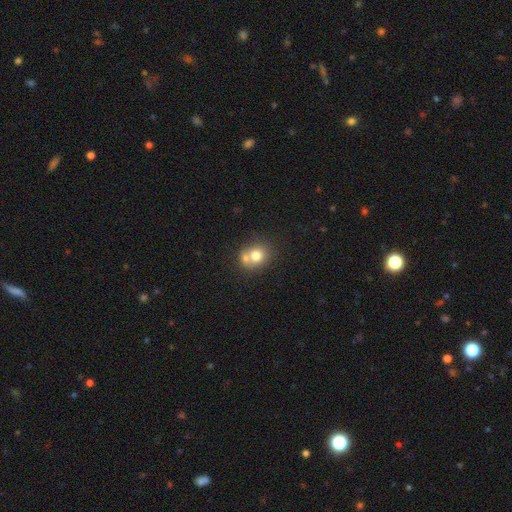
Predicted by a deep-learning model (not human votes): This is likely a smooth galaxy (73%). How rounded: likely round (71%). Merging: marginally merger (44%).